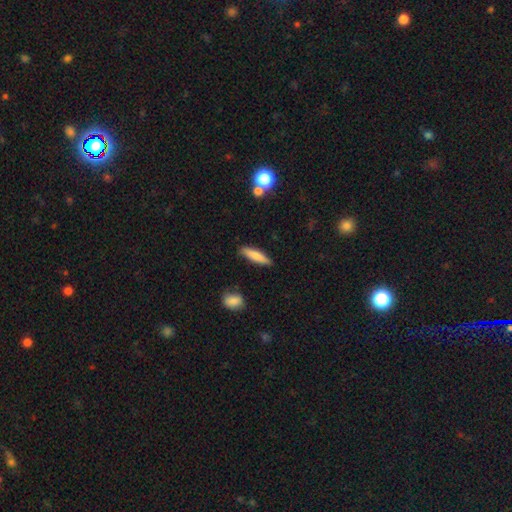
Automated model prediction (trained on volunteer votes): Overall: smooth (79%). How rounded: cigar-shaped (76%). Merging: none (87%).